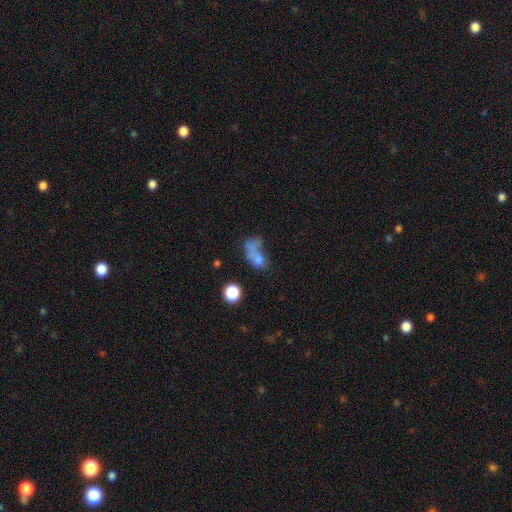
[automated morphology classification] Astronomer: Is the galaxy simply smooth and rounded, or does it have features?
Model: smooth — 58%.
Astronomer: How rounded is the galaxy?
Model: in between — 64%.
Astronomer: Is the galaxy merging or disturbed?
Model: merger — 43% (runner-up: none, 23%).